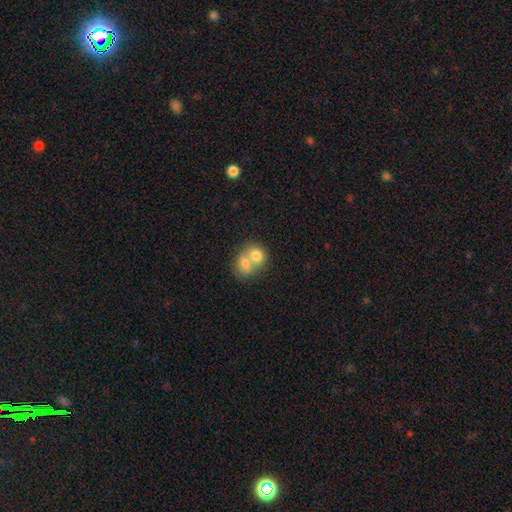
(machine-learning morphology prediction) Smooth or featured?
  - smooth: 73% *
  - featured or disk: 20%
  - star or artifact: 8%
How rounded?
  - round: 59% *
  - in between: 40%
  - cigar-shaped: 1%
Merging?
  - merger: 73% *
  - none: 19%
  - minor disturbance: 5%
  - major disturbance: 3%